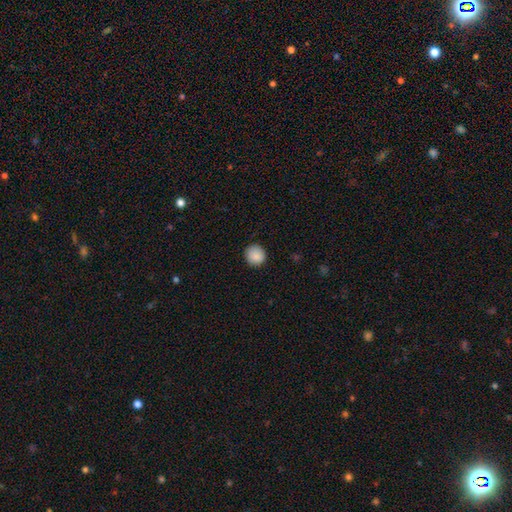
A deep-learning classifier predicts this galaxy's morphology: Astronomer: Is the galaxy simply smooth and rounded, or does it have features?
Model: smooth — 89%.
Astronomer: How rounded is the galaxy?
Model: round — 92%.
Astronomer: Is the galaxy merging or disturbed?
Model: none — 89%.